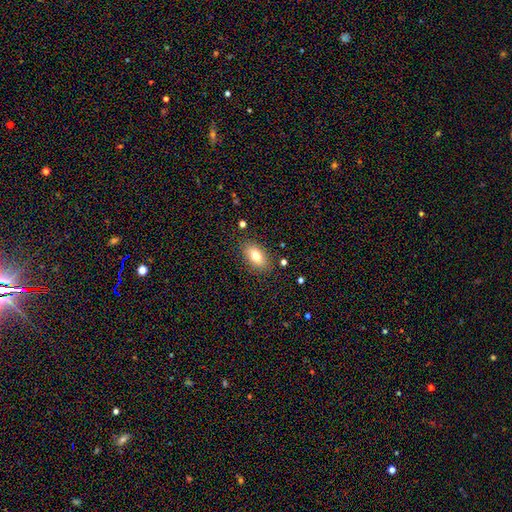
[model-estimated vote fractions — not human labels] This appears to be a smooth galaxy with no disk features (76%) that is in between round and cigar-shaped (89%). Merging: none (85%).